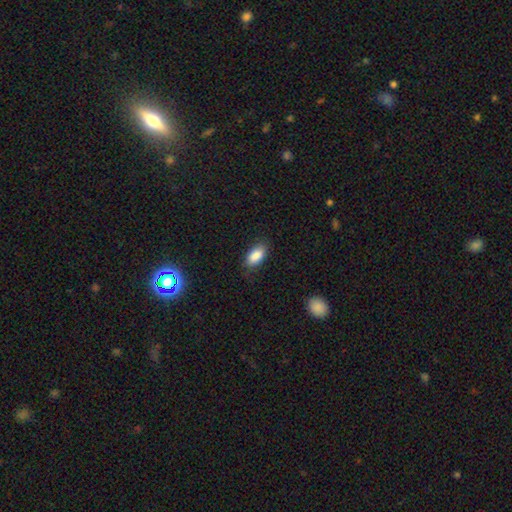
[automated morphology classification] Overall: smooth (88%). How rounded: in between (91%). Merging: none (80%).